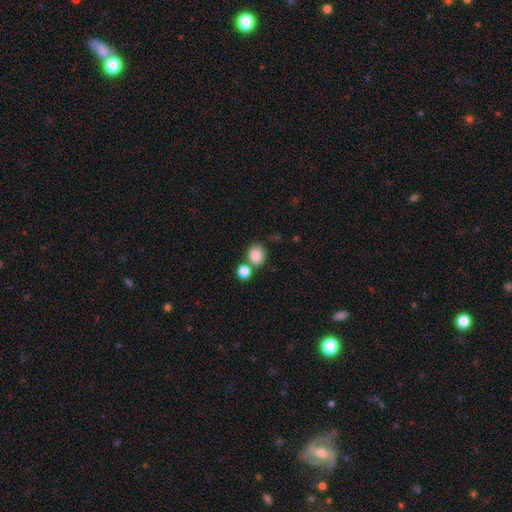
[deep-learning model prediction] Smooth or featured?
  - smooth: 86% *
  - star or artifact: 9%
  - featured or disk: 5%
How rounded?
  - round: 63% *
  - in between: 36%
  - cigar-shaped: 1%
Merging?
  - none: 60% *
  - merger: 25%
  - minor disturbance: 11%
  - major disturbance: 4%